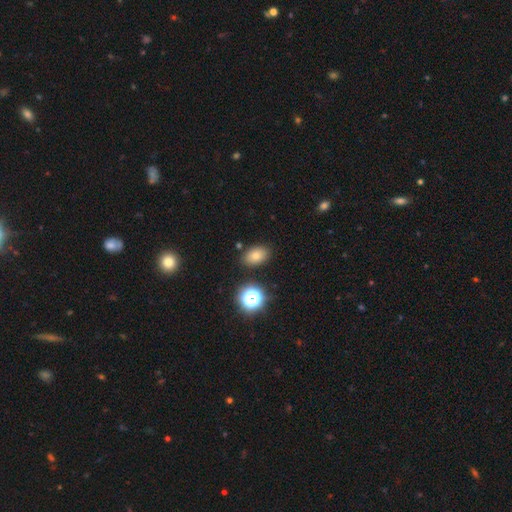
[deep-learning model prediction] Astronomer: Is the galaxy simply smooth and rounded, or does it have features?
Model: smooth — 74%.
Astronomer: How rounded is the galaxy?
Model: in between — 83%.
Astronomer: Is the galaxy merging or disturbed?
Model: none — 84%.